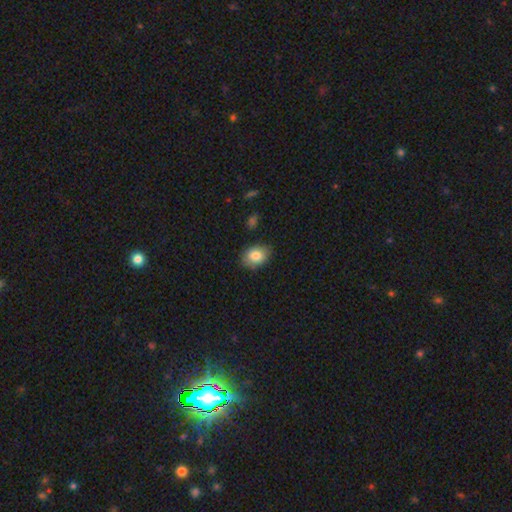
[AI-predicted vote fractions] smooth 83%, featured or disk 9%, star or artifact 8%. Down the decision tree: how rounded — in between (77%); merging — none (82%).